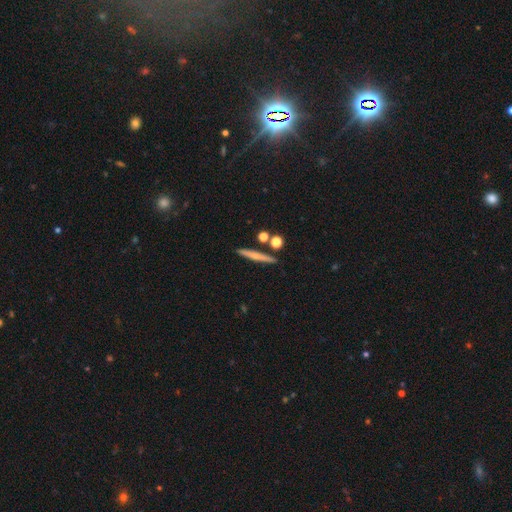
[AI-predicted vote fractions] Overall: smooth (53%; featured or disk 39%). How rounded: cigar-shaped (87%). Merging: none (84%).